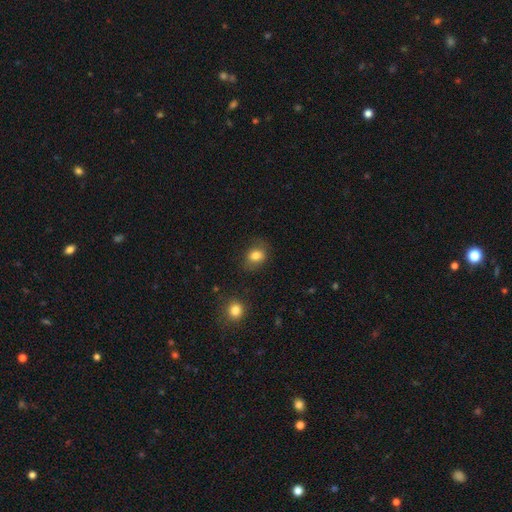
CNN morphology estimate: Smooth or featured?
  - smooth: 79% *
  - featured or disk: 10%
  - star or artifact: 10%
How rounded?
  - in between: 54% *
  - round: 45%
  - cigar-shaped: 1%
Merging?
  - none: 73% *
  - minor disturbance: 19%
  - major disturbance: 7%
  - merger: 2%